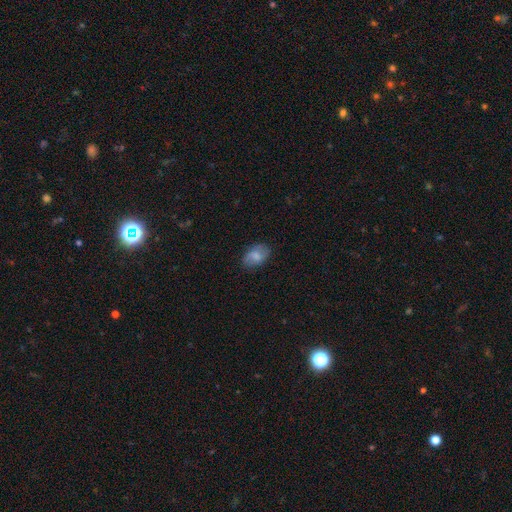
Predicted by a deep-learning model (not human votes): Q: Smooth or featured?
A: smooth (66%); runner-up: featured or disk (26%)
Q: How rounded?
A: in between (86%); runner-up: round (12%)
Q: Merging?
A: none (74%); runner-up: minor disturbance (19%)